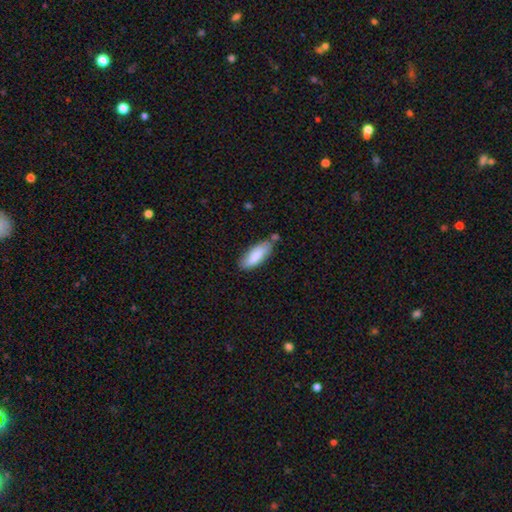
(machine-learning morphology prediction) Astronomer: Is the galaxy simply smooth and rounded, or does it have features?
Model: smooth — 85%.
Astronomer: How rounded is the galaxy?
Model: in between — 69%.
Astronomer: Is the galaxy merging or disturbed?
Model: none — 66%.